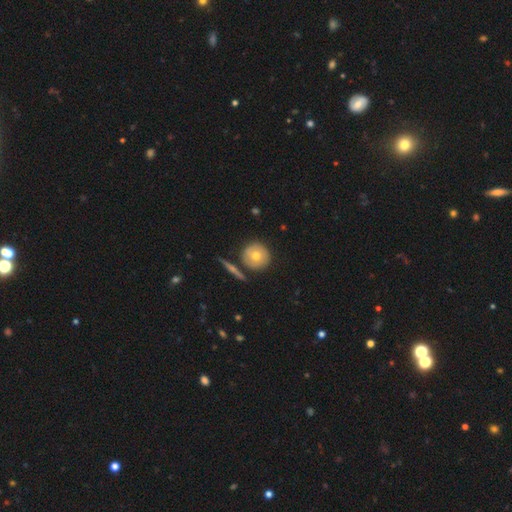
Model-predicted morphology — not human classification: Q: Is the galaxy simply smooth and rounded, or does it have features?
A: smooth — 67%.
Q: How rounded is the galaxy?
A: round — 94%.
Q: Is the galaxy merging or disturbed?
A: none — 81%.